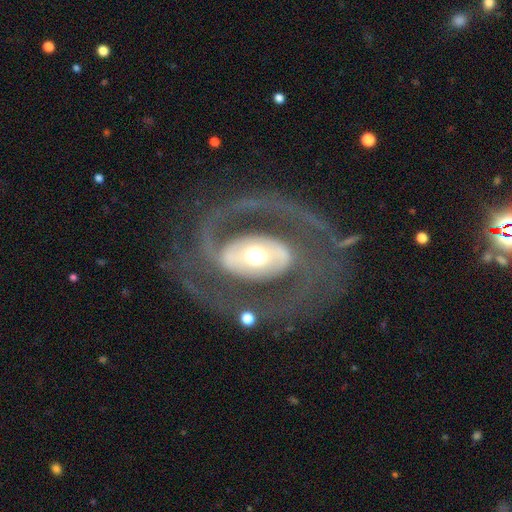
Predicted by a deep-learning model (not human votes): Overall: featured or disk (85%). Edge-on disk: no (95%). Bar: no (43%; strong 32%). Spiral arms: yes (82%). Spiral arm count: 2 (86%). Spiral winding: medium (47%; tight 27%). Bulge size: moderate (60%; large 25%). Merging: none (69%).